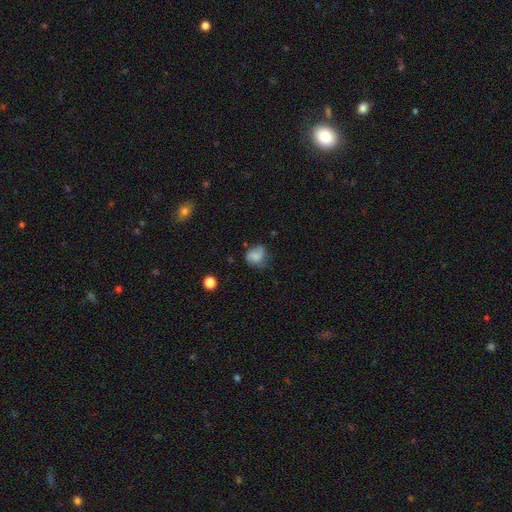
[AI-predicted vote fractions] A smooth galaxy with no disk features (69%) that is round (58%). Merging: none (44%).